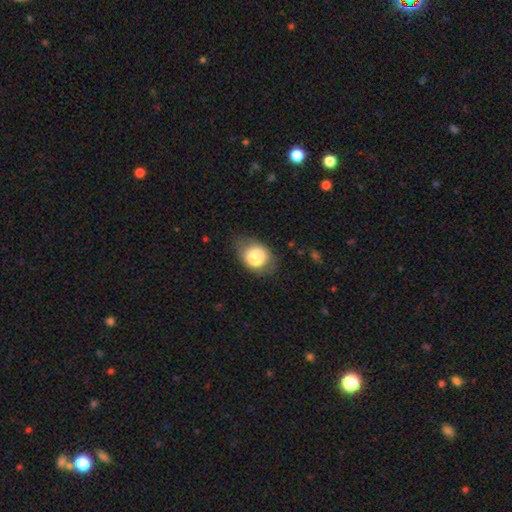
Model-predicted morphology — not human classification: smooth_or_featured: smooth (p=0.76) [alt: featured or disk p=0.14]
how_rounded: in between (p=0.62) [alt: round p=0.36]
merging: none (p=0.68) [alt: minor disturbance p=0.23]